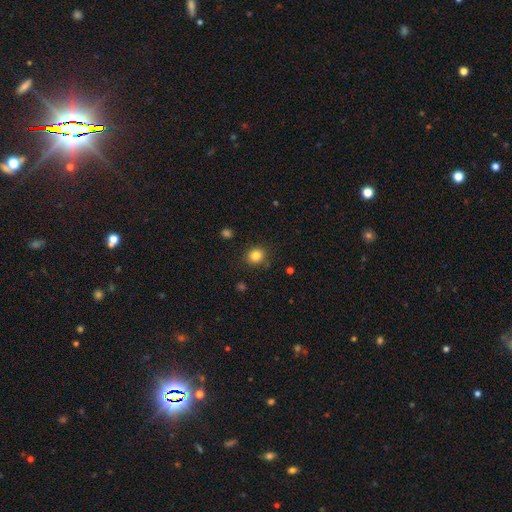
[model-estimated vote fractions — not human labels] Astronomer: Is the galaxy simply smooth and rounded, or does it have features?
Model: smooth — 83%.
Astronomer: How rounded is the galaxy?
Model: round — 83%.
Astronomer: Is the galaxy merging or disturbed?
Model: none — 85%.